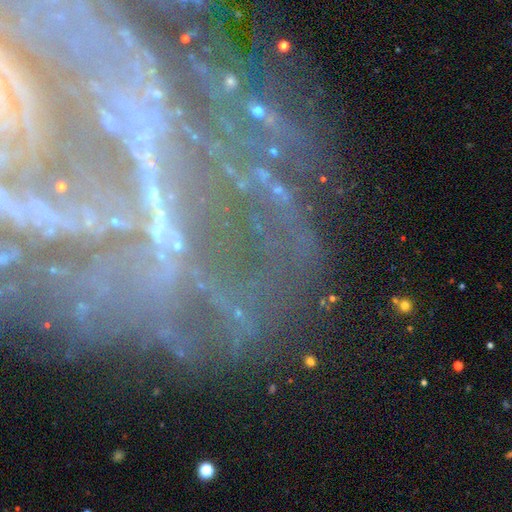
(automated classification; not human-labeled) This appears to be a featured or disk galaxy (55%). Merging: none (58%).